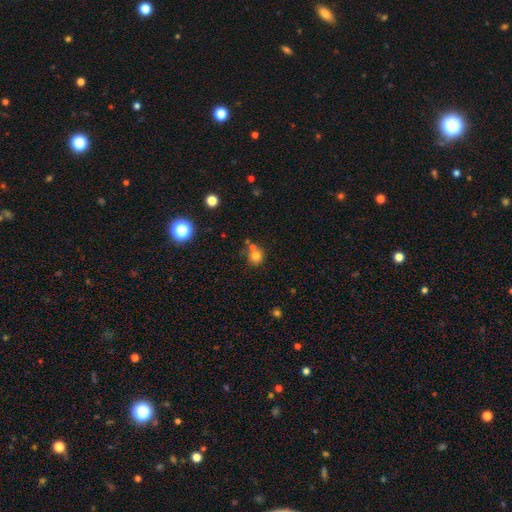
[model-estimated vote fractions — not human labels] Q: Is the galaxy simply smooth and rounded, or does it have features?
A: smooth — 75%.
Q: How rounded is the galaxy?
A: round — 86%.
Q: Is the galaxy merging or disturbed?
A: none — 55%.